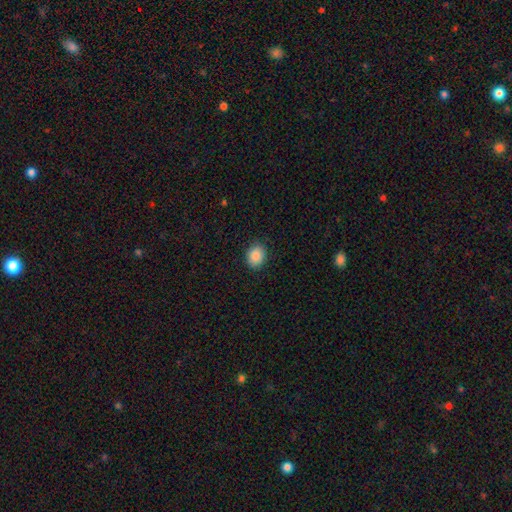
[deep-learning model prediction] smooth 88%, star or artifact 8%, featured or disk 4%. Down the decision tree: how rounded — in between (53%); merging — none (89%).